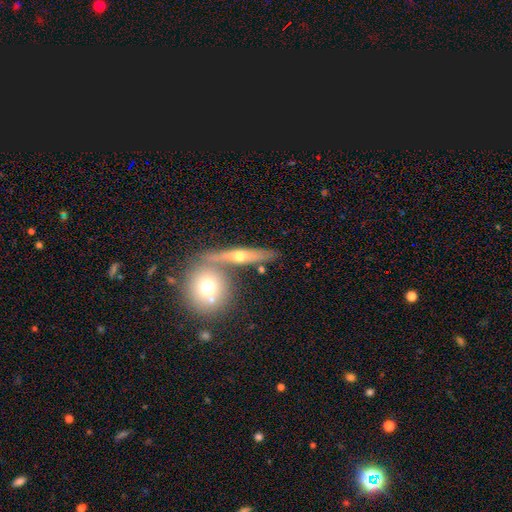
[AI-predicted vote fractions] featured or disk 52%, smooth 40%, star or artifact 8%. Down the decision tree: edge-on disk — yes (77%); merging — none (65%).